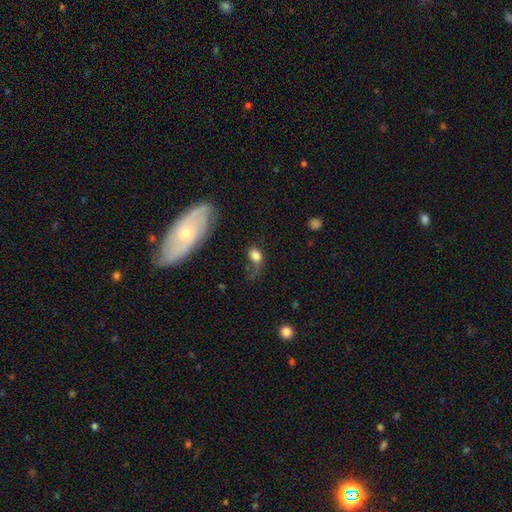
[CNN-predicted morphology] This is likely a smooth galaxy (72%). How rounded: likely in between (70%). Merging: marginally none (34%).